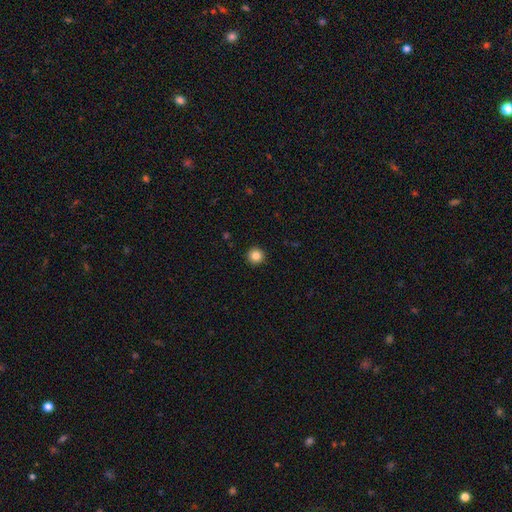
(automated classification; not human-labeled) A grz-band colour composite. It shows a smooth galaxy with no disk features (85%) that is round (96%). Merging: none (93%).